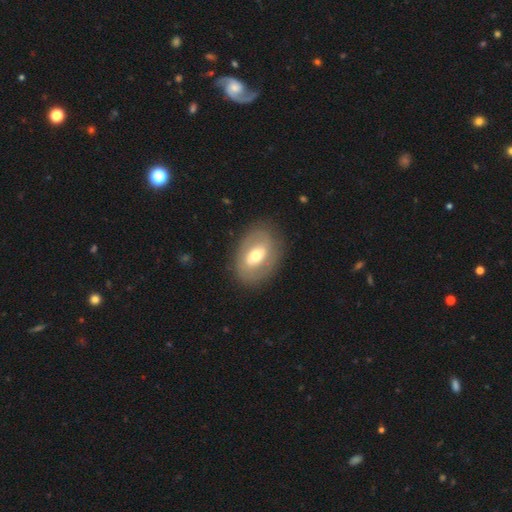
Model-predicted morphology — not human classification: Smooth or featured? Predicted: featured or disk (p=0.50). Merging? Predicted: none (p=0.82).